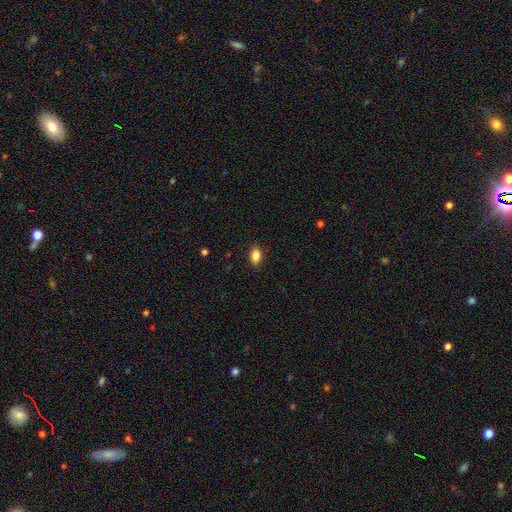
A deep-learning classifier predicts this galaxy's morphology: A smooth galaxy with no disk features (86%) that is in between round and cigar-shaped (82%).

Vote fractions:
- Smooth or featured? smooth: 86% / star or artifact: 9% / featured or disk: 5%
- How rounded? in between: 82% / round: 16% / cigar-shaped: 2%
- Merging? none: 88% / minor disturbance: 9% / major disturbance: 2% / merger: 1%